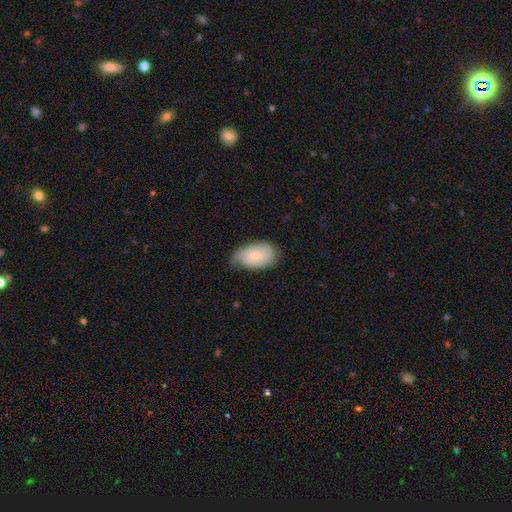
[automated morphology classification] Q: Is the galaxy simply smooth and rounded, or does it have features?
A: smooth — 55%.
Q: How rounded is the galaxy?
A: in between — 90%.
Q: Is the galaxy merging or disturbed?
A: none — 57%.